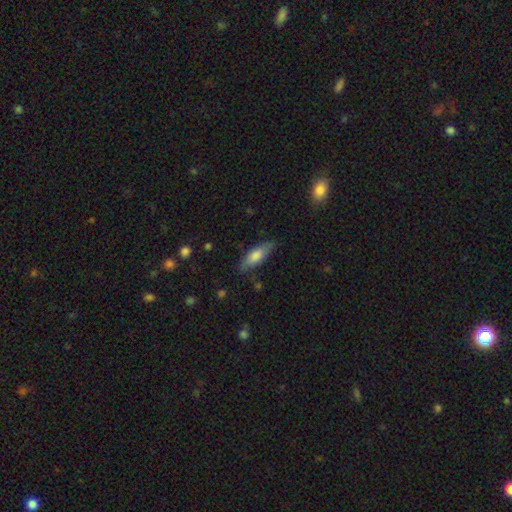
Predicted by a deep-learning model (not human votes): smooth 70%, featured or disk 24%, star or artifact 6%. Down the decision tree: how rounded — in between (56%); merging — none (81%).